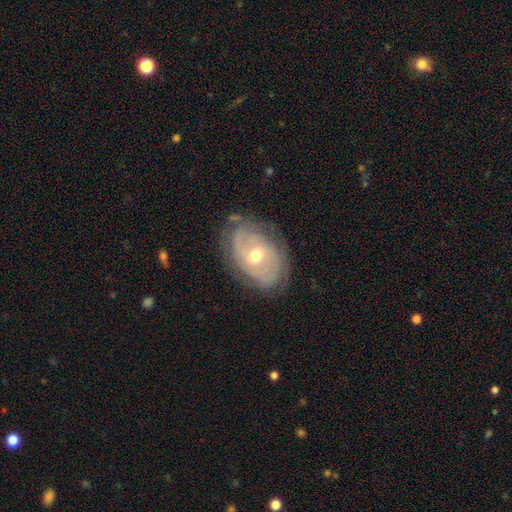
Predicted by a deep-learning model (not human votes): This is likely a featured or disk galaxy (78%). It is clearly not viewed edge-on (95%). Bar: likely no (66%). Spiral arm pattern: clearly yes (82%). Spiral arm count: marginally can't tell (39%). Spiral winding: likely tight (64%). Central bulge: likely moderate (69%). Merging: likely none (70%).